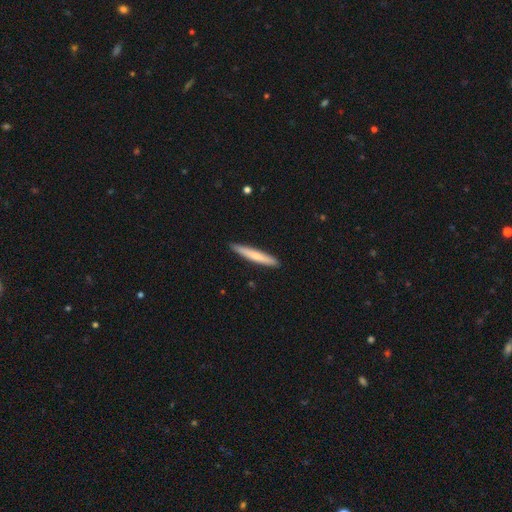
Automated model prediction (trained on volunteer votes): This is likely a smooth galaxy (66%). How rounded: clearly cigar-shaped (95%). Merging: clearly none (91%).